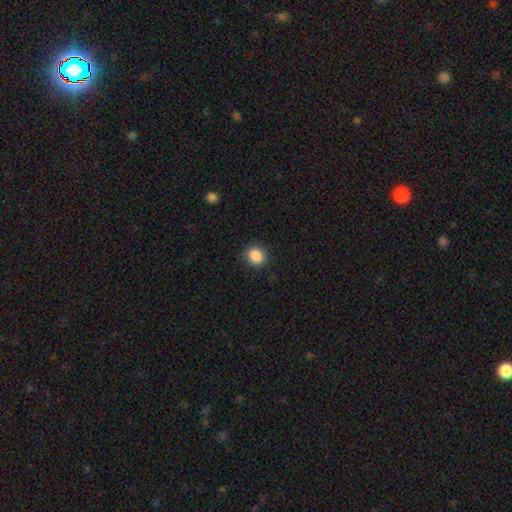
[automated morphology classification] Overall: smooth (88%). How rounded: round (74%). Merging: none (90%).